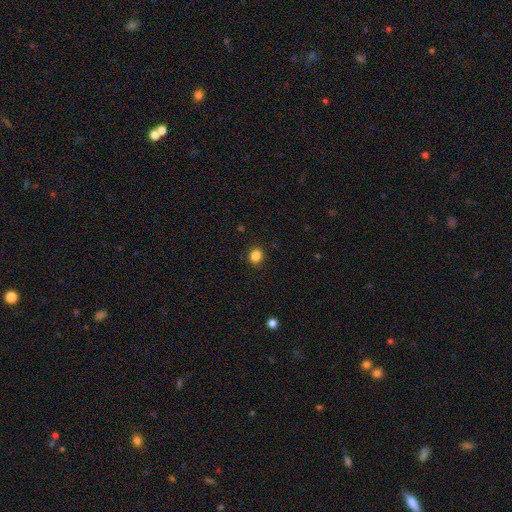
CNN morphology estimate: A smooth galaxy with no disk features (85%) that is round (65%).

Vote fractions:
- Smooth or featured? smooth: 85% / star or artifact: 11% / featured or disk: 4%
- How rounded? round: 65% / in between: 34% / cigar-shaped: 1%
- Merging? none: 89% / minor disturbance: 7% / major disturbance: 2% / merger: 1%